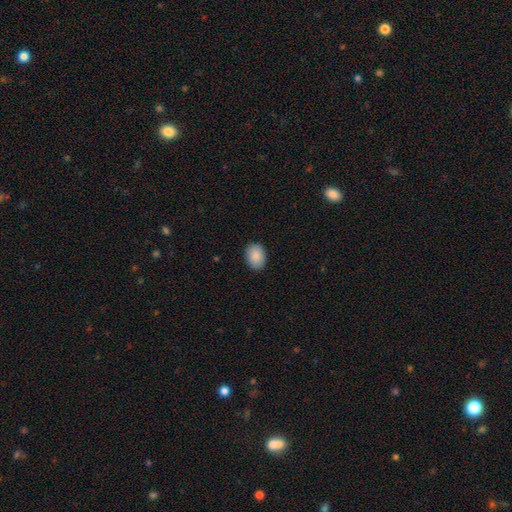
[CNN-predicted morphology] smooth-or-featured: smooth: 89% | star or artifact: 7% | featured or disk: 5%
  how-rounded: in between: 73% | round: 26% | cigar-shaped: 1%
  merging: none: 89% | minor disturbance: 9% | major disturbance: 2% | merger: 1%